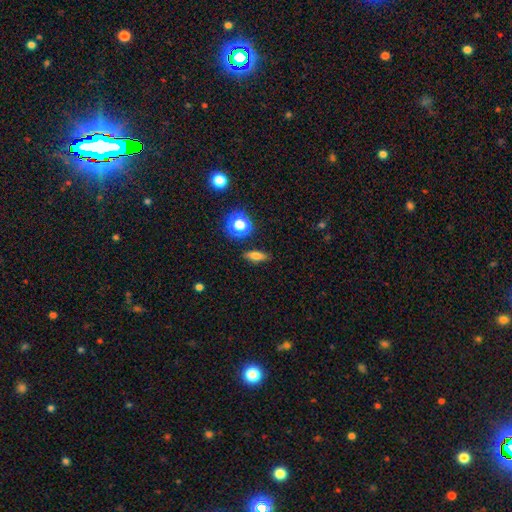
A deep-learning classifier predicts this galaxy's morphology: Smooth or featured? Predicted: smooth (p=0.72). How rounded? Predicted: in between (p=0.58). Merging? Predicted: none (p=0.86).